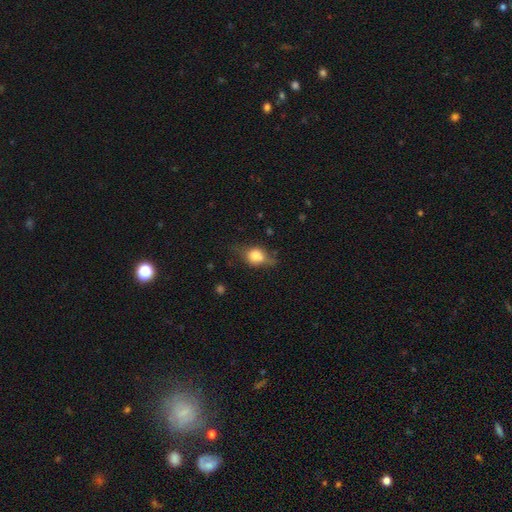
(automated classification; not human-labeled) smooth 69%, featured or disk 21%, star or artifact 10%. Down the decision tree: how rounded — in between (52%); merging — none (53%).